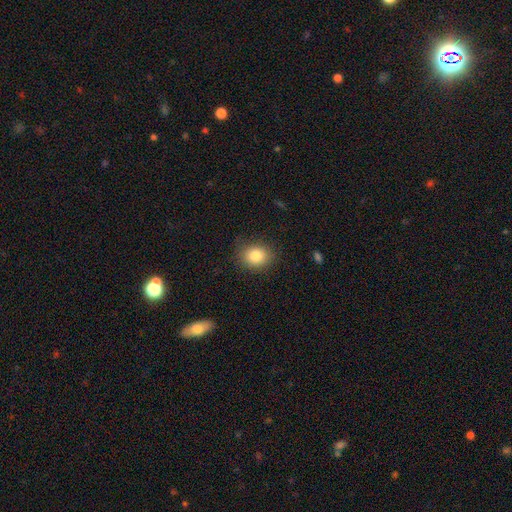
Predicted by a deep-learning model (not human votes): Smooth or featured? smooth (83%)
How rounded? round (59%)
Merging? none (84%)